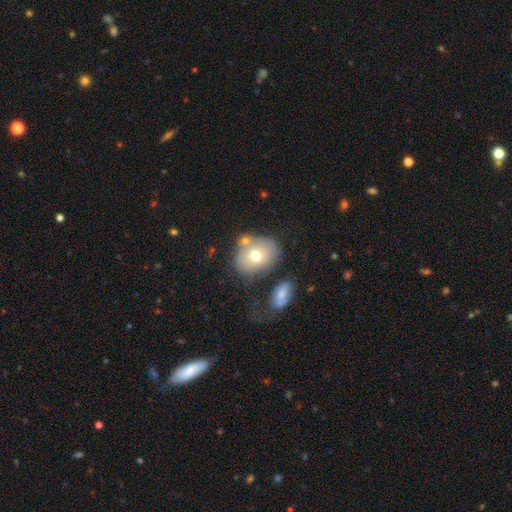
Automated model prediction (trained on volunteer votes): Overall: smooth (67%). How rounded: in between (51%; round 48%). Merging: none (58%).